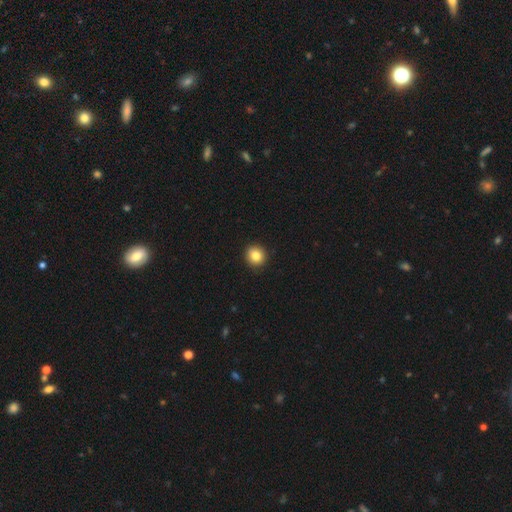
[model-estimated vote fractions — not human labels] smooth 84%, star or artifact 10%, featured or disk 7%. Down the decision tree: how rounded — round (90%); merging — none (92%).